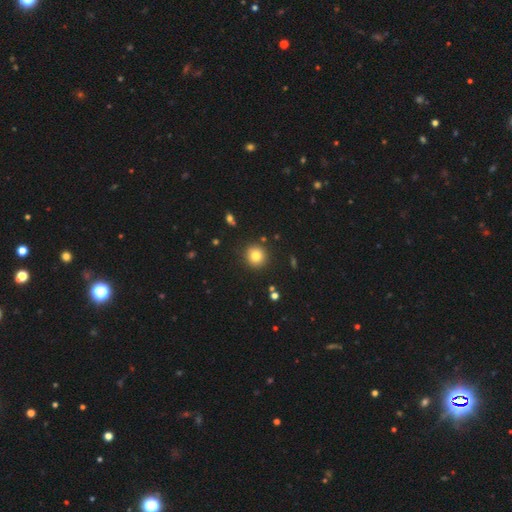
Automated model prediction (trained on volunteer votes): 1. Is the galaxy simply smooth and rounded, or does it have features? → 80% smooth, 12% star or artifact, 8% featured or disk.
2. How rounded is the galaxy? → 92% round, 7% in between, 1% cigar-shaped.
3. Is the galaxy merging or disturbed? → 90% none, 6% minor disturbance, 2% major disturbance, 2% merger.